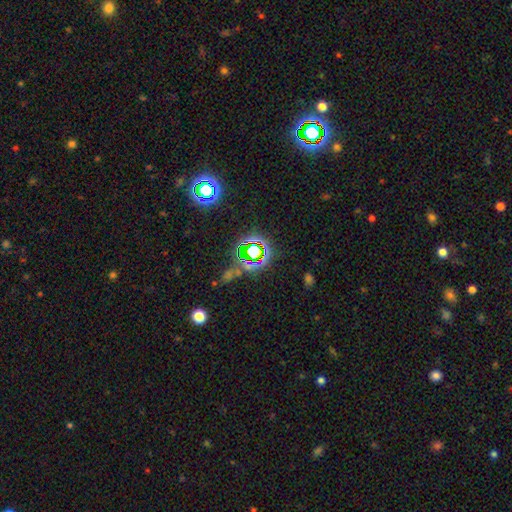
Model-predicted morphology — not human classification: This appears to be a star or artifact, not a galaxy (71%).